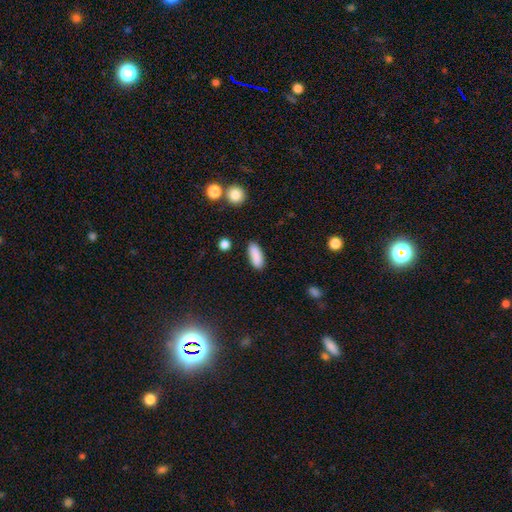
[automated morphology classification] Smooth or featured? Predicted: smooth (p=0.87). How rounded? Predicted: in between (p=0.73). Merging? Predicted: none (p=0.83).